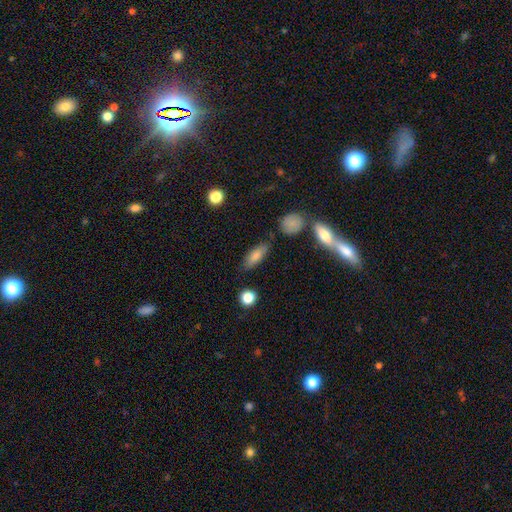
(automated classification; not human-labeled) smooth 78%, featured or disk 14%, star or artifact 8%. Down the decision tree: how rounded — in between (63%); merging — none (78%).